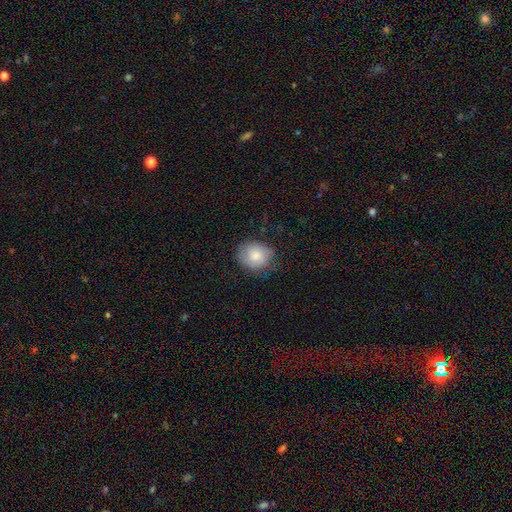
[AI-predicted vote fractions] smooth-or-featured: smooth: 80% | featured or disk: 13% | star or artifact: 7%
  how-rounded: round: 71% | in between: 28% | cigar-shaped: 1%
  merging: none: 71% | minor disturbance: 22% | major disturbance: 6% | merger: 1%